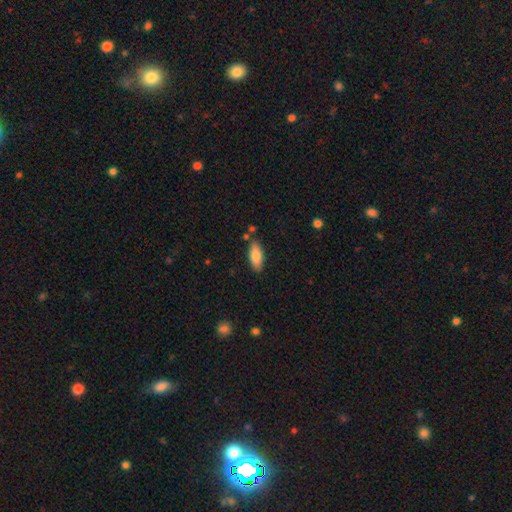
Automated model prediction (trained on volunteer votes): This is clearly a smooth galaxy (82%). How rounded: likely in between (78%). Merging: clearly none (82%).